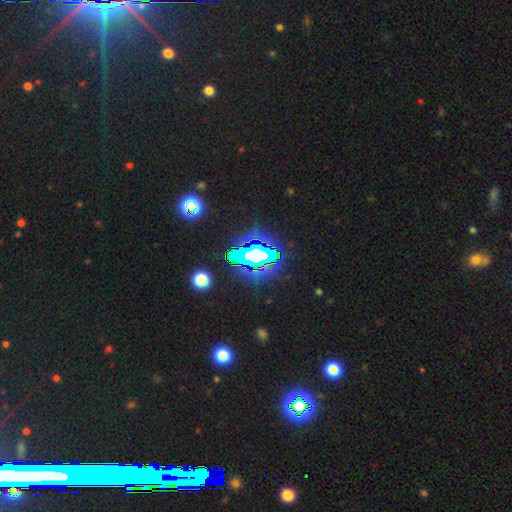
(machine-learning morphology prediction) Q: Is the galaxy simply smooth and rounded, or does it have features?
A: star or artifact — 69%.